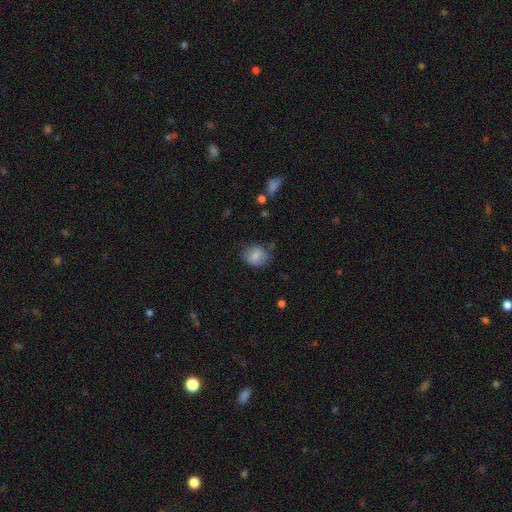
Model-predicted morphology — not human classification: A smooth galaxy with no disk features (79%) that is round (58%). Merging: none (69%).